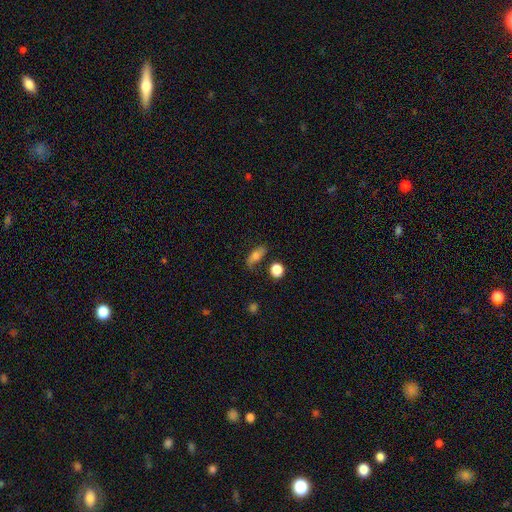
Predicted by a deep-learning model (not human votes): Overall: smooth (71%). How rounded: in between (73%). Merging: none (65%).